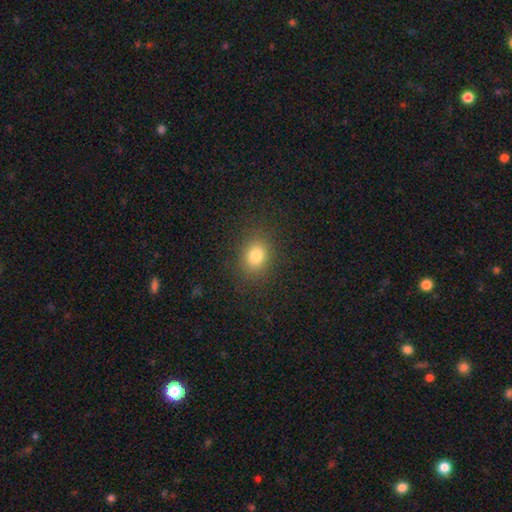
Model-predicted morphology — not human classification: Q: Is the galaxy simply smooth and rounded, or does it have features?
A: smooth — 81%.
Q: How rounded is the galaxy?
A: round — 57%.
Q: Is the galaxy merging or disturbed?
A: none — 87%.